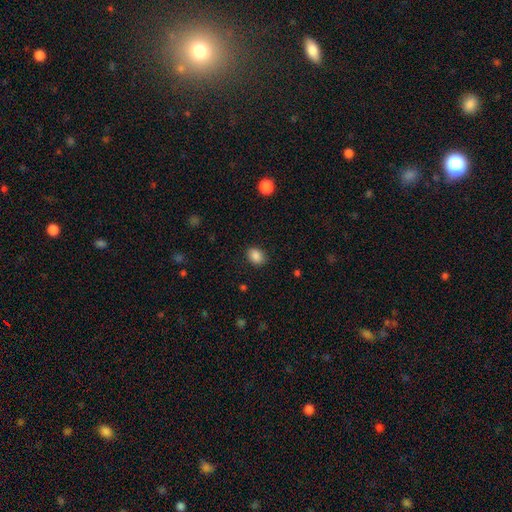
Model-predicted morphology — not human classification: Smooth or featured?
  - smooth: 88% *
  - star or artifact: 9%
  - featured or disk: 4%
How rounded?
  - in between: 63% *
  - round: 36%
  - cigar-shaped: 1%
Merging?
  - none: 86% *
  - minor disturbance: 10%
  - major disturbance: 3%
  - merger: 1%